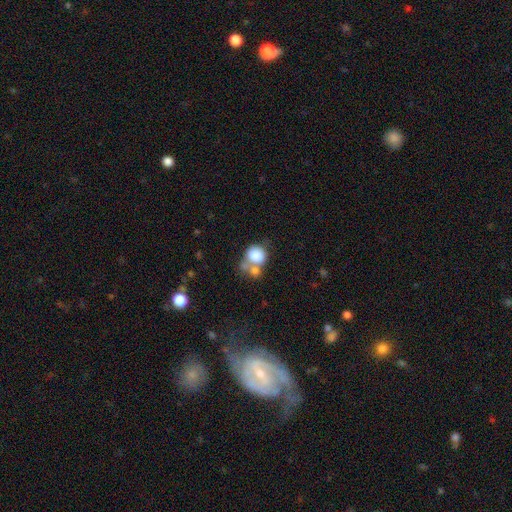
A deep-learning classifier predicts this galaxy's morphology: A smooth galaxy with no disk features (79%) that is round (73%). Merging: merger (53%).